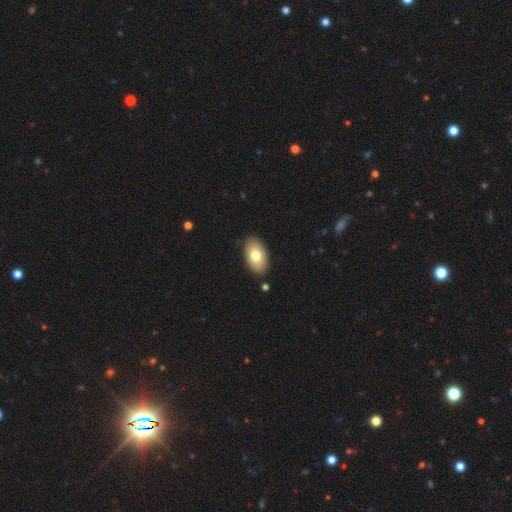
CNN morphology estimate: type=smooth (77%); roundness=in between (93%); merging=none (86%).